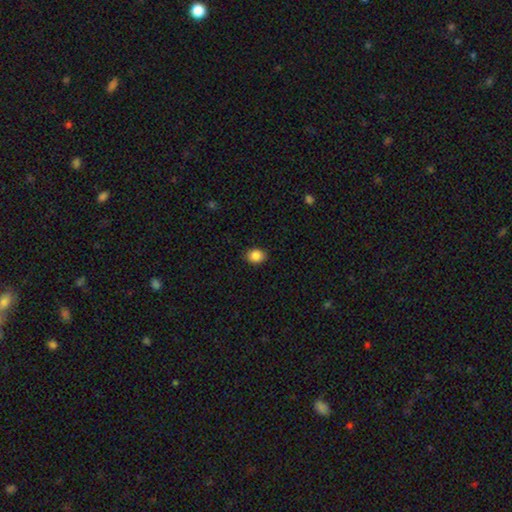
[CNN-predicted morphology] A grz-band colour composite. It shows a smooth galaxy with no disk features (86%) that is round (51%). Merging: none (89%).